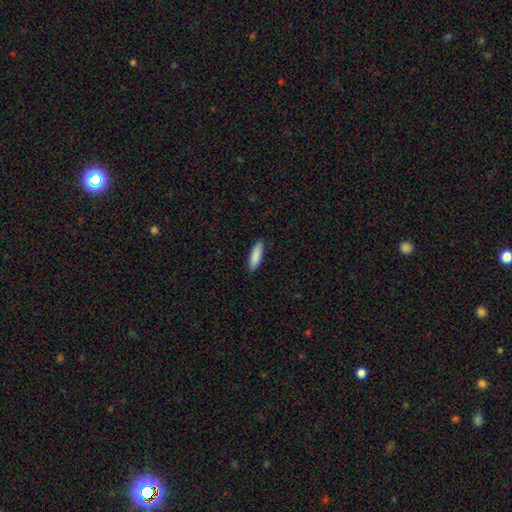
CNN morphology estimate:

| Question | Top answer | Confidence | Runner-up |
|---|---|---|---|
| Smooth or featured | smooth | 89% | featured or disk (6%) |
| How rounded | cigar-shaped | 55% | in between (44%) |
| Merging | none | 88% | minor disturbance (9%) |